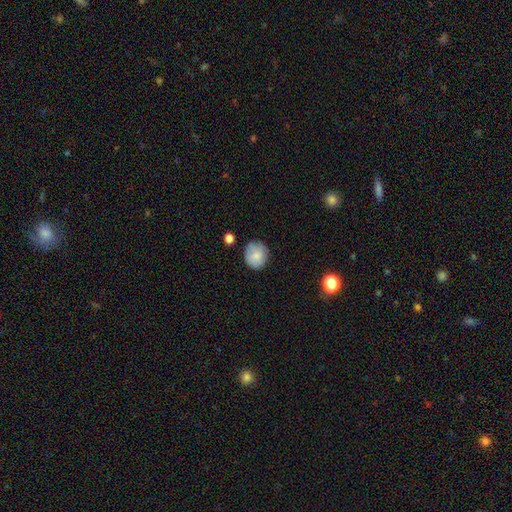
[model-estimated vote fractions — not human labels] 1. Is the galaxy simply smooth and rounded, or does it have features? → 80% smooth, 12% featured or disk, 8% star or artifact.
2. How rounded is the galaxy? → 81% round, 18% in between, 1% cigar-shaped.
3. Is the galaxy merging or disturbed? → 76% none, 17% minor disturbance, 4% major disturbance, 3% merger.